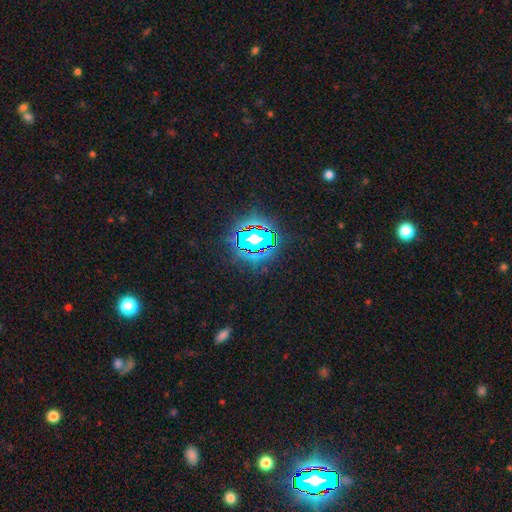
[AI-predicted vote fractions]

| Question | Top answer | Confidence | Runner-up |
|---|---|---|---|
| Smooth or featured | star or artifact | 82% | smooth (11%) |